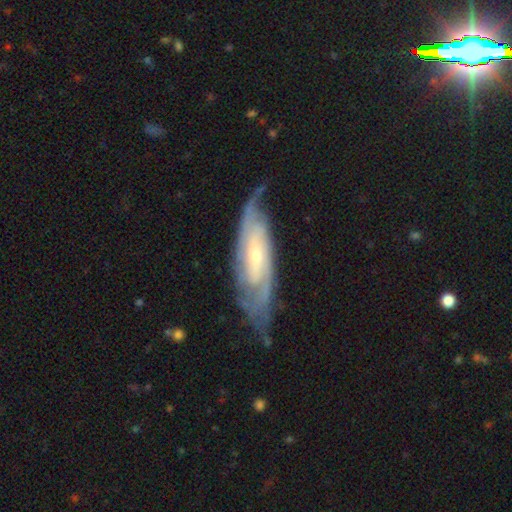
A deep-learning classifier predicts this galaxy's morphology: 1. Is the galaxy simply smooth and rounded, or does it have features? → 85% featured or disk, 11% smooth, 5% star or artifact.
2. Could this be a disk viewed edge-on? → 85% no, 15% yes.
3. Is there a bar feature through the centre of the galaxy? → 49% no, 35% weak, 16% strong.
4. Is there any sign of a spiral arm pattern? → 95% yes, 5% no.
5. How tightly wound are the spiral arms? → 55% tight, 35% medium, 10% loose.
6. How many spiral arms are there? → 48% 2, 28% can't tell, 11% 3, 6% 4, 4% 1, 3% more than 4.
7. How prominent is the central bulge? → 69% small, 26% moderate, 2% none, 2% large, 1% dominant.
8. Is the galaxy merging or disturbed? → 71% none, 20% minor disturbance, 8% major disturbance, 2% merger.